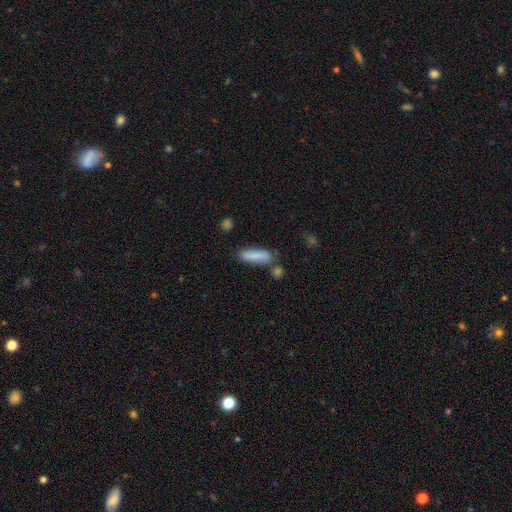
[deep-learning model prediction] Smooth or featured?
  - smooth: 85% *
  - featured or disk: 8%
  - star or artifact: 7%
How rounded?
  - cigar-shaped: 69% *
  - in between: 29%
  - round: 2%
Merging?
  - none: 72% *
  - minor disturbance: 15%
  - merger: 9%
  - major disturbance: 4%